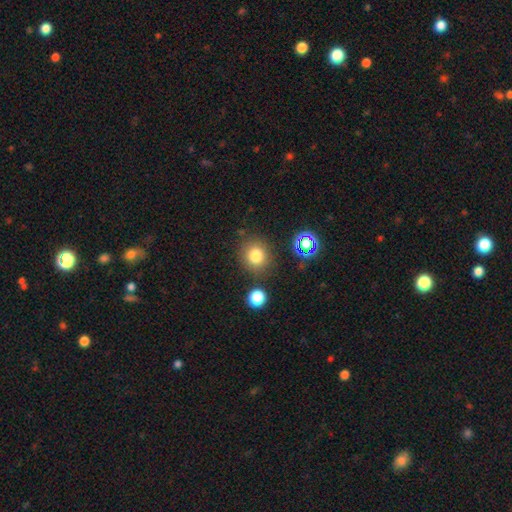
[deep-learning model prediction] Smooth or featured? smooth (79%)
How rounded? round (84%)
Merging? none (82%)